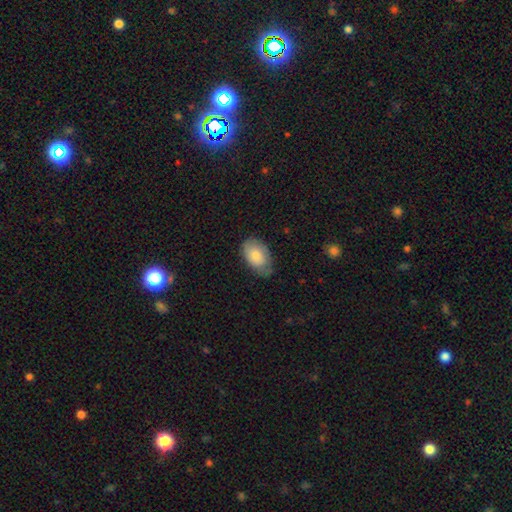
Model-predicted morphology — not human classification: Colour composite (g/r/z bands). It shows a smooth galaxy with no disk features (82%) that is in between round and cigar-shaped (92%). Merging: none (62%).